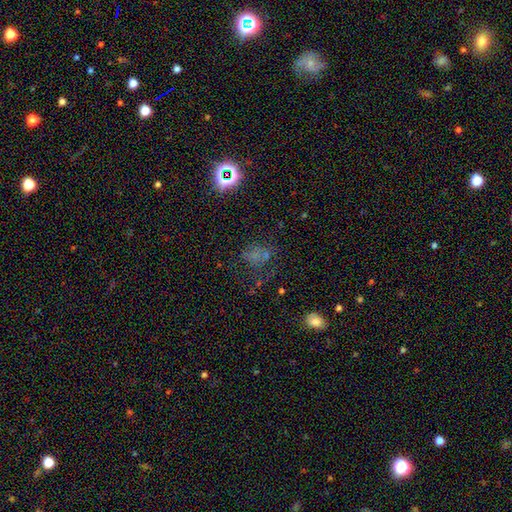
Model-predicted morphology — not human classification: smooth 46%, star or artifact 36%, featured or disk 18%. Down the decision tree: merging — none (48%).